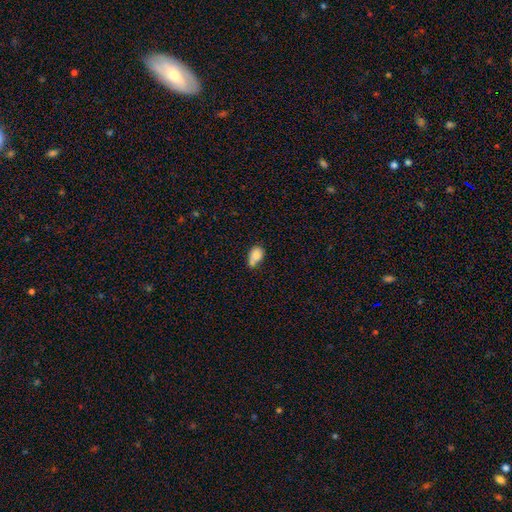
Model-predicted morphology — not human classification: Smooth or featured?
  - smooth: 81% *
  - featured or disk: 10%
  - star or artifact: 9%
How rounded?
  - in between: 77% *
  - round: 21%
  - cigar-shaped: 2%
Merging?
  - none: 35% *
  - minor disturbance: 28%
  - merger: 28%
  - major disturbance: 9%